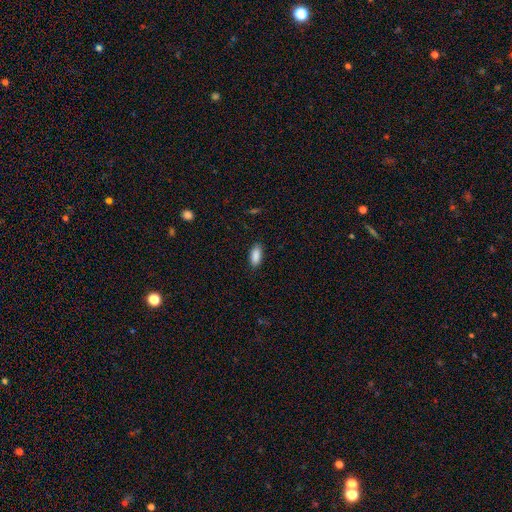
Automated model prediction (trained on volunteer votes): smooth 89%, star or artifact 7%, featured or disk 4%. Down the decision tree: how rounded — in between (88%); merging — none (87%).